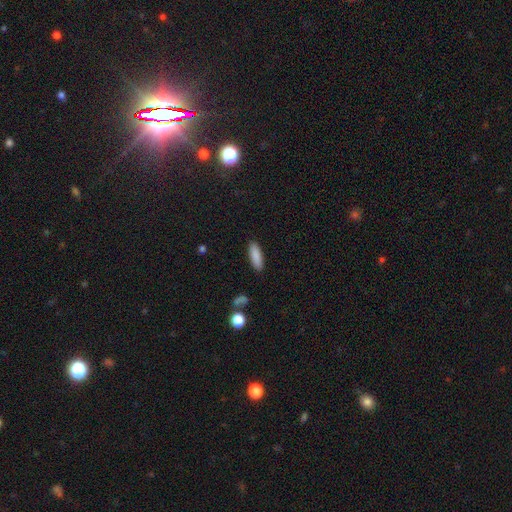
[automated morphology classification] Q: Smooth or featured?
A: smooth (87%); runner-up: star or artifact (7%)
Q: How rounded?
A: in between (50%); runner-up: cigar-shaped (48%)
Q: Merging?
A: none (89%); runner-up: minor disturbance (8%)